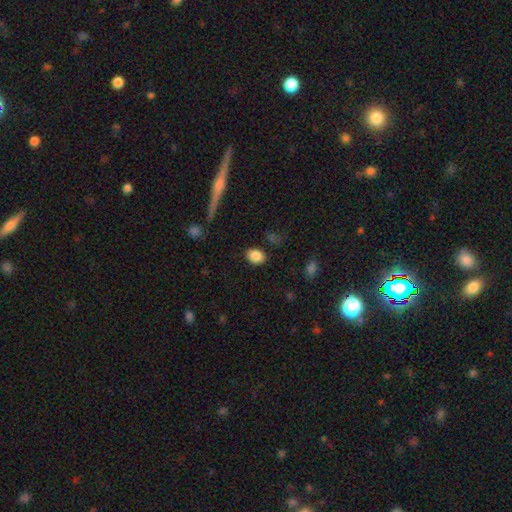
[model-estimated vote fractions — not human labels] Overall: smooth (86%). How rounded: in between (72%). Merging: none (86%).